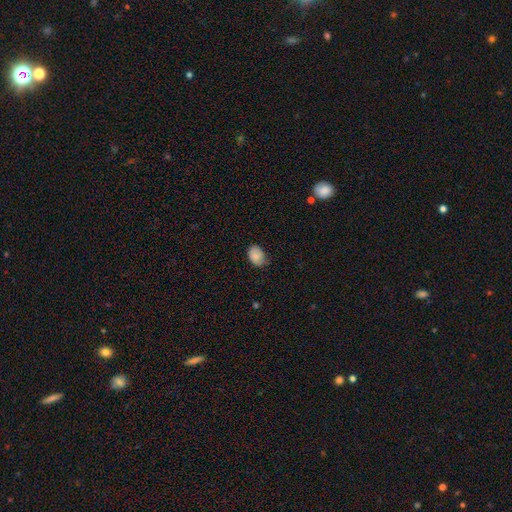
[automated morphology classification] The model was most divided on "merging": none: 61%, minor disturbance: 32%, major disturbance: 6%, merger: 1%. More confident: smooth or featured — smooth (83%); how rounded — in between (79%).